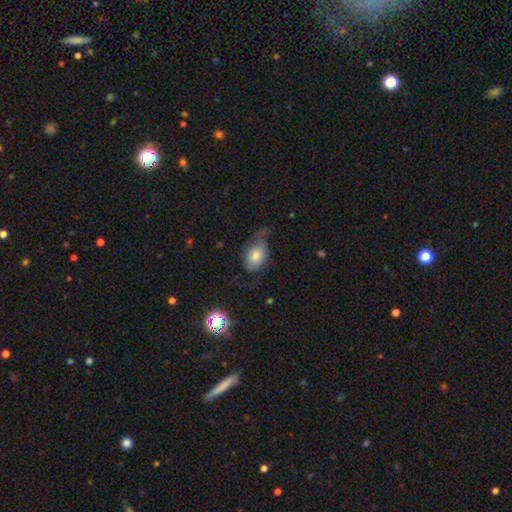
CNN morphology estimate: The model was most divided on "merging": none: 34%, minor disturbance: 32%, major disturbance: 31%, merger: 3%. More confident: how rounded — in between (84%); smooth or featured — smooth (62%).